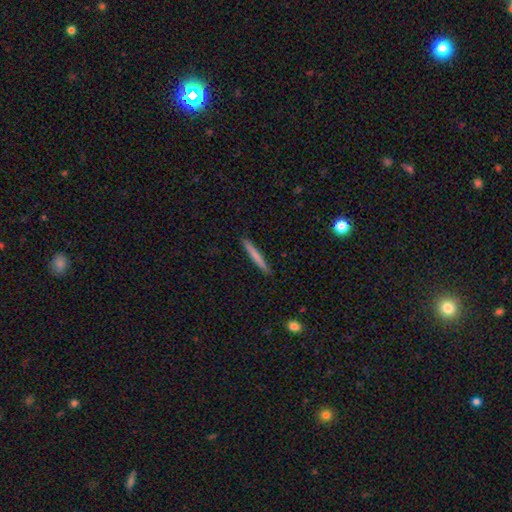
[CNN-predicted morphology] Smooth or featured: smooth — 72% (featured or disk — 22%)
How rounded: cigar-shaped — 96% (in between — 2%)
Merging: none — 92% (minor disturbance — 6%)